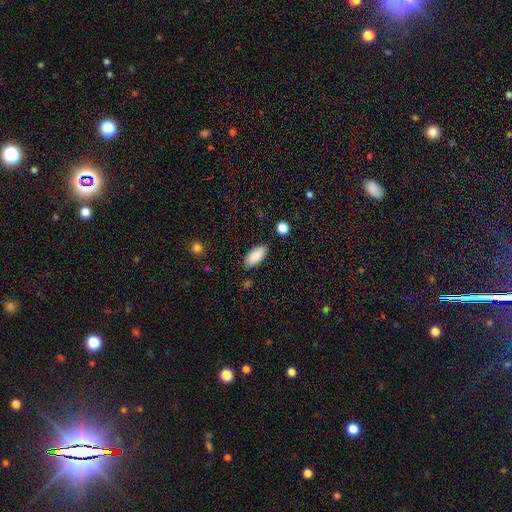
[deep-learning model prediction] Smooth or featured? Predicted: smooth (p=0.89). How rounded? Predicted: in between (p=0.90). Merging? Predicted: none (p=0.86).